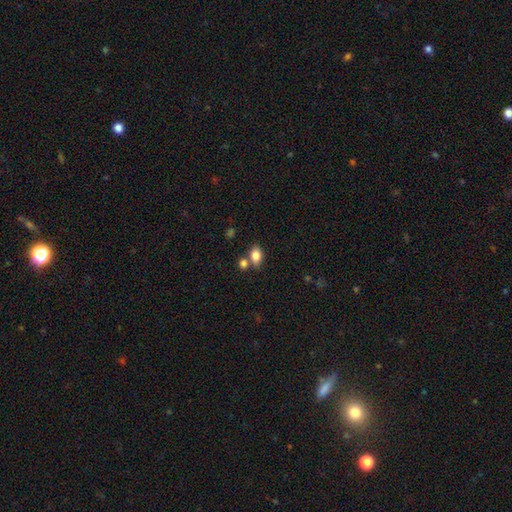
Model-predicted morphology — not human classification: Smooth or featured?
  - smooth: 83% *
  - star or artifact: 9%
  - featured or disk: 8%
How rounded?
  - in between: 82% *
  - round: 16%
  - cigar-shaped: 2%
Merging?
  - none: 63% *
  - merger: 21%
  - minor disturbance: 12%
  - major disturbance: 3%